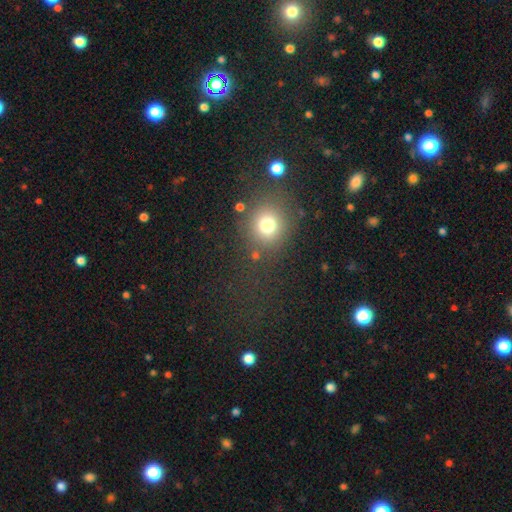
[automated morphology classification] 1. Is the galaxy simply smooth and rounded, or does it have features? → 74% smooth, 18% star or artifact, 8% featured or disk.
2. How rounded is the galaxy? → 83% round, 16% in between, 1% cigar-shaped.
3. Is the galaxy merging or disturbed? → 75% none, 11% minor disturbance, 8% major disturbance, 6% merger.